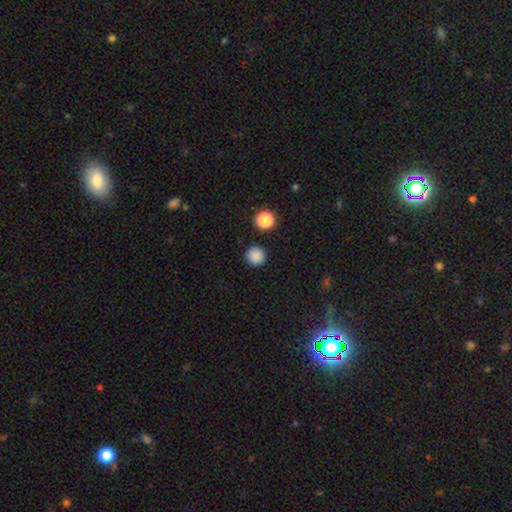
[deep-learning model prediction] Q: Smooth or featured?
A: smooth (86%); runner-up: star or artifact (11%)
Q: How rounded?
A: round (95%); runner-up: in between (4%)
Q: Merging?
A: none (91%); runner-up: minor disturbance (5%)